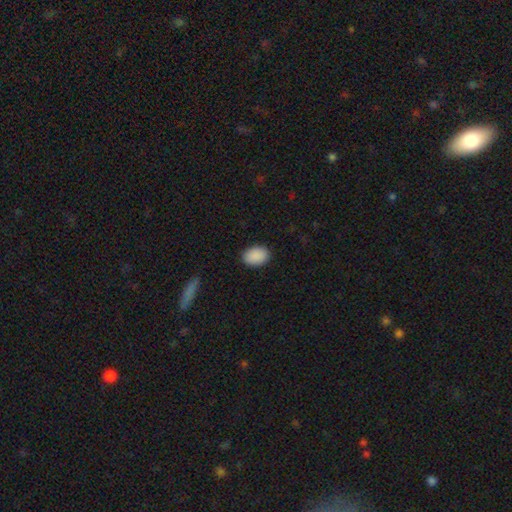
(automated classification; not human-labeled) Smooth or featured?
  - smooth: 91% *
  - star or artifact: 7%
  - featured or disk: 2%
How rounded?
  - in between: 83% *
  - round: 16%
  - cigar-shaped: 1%
Merging?
  - none: 89% *
  - minor disturbance: 8%
  - major disturbance: 2%
  - merger: 1%